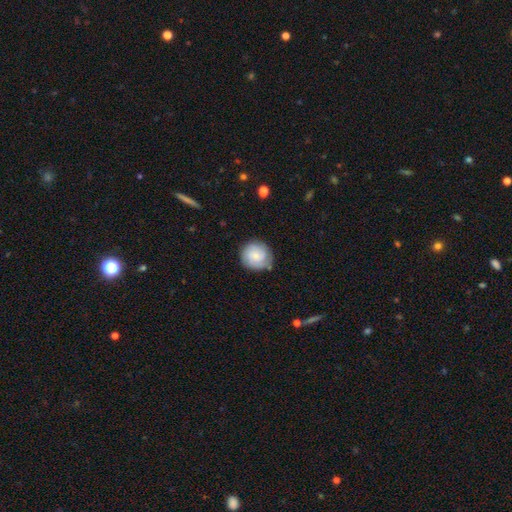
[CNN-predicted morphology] This is possibly a smooth galaxy (57%). How rounded: clearly round (88%). Merging: likely none (75%).